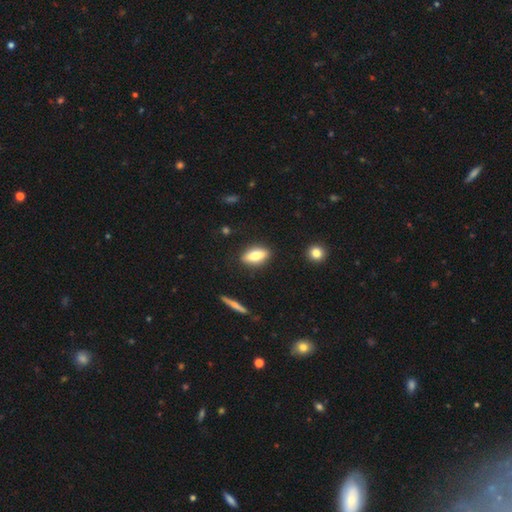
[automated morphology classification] This is likely a smooth galaxy (72%). How rounded: likely in between (76%). Merging: clearly none (87%).